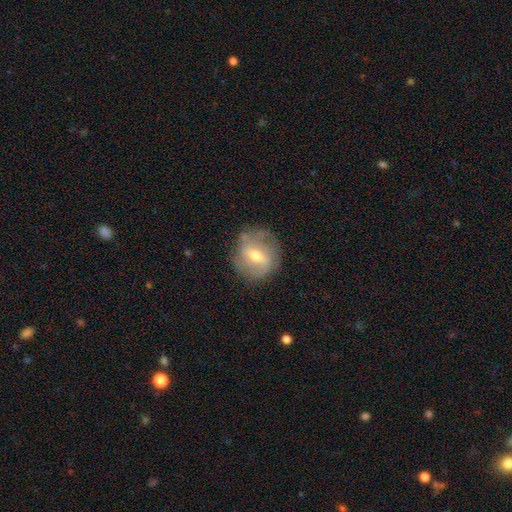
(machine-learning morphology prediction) smooth-or-featured: featured or disk: 61% | smooth: 31% | star or artifact: 8%
  disk-edge-on: no: 94% | yes: 6%
    bar: weak: 50% | strong: 28% | no: 21%
    has-spiral-arms: yes: 63% | no: 37%
    bulge-size: moderate: 66% | small: 27% | large: 5% | none: 1% | dominant: 1%
  merging: none: 71% | minor disturbance: 19% | major disturbance: 8% | merger: 2%